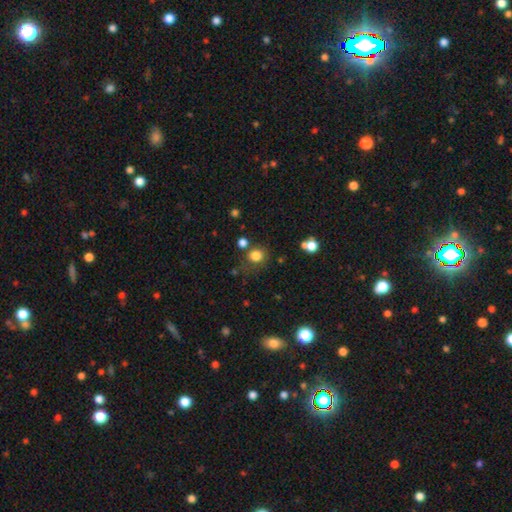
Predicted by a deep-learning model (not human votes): smooth_or_featured: smooth (p=0.81) [alt: star or artifact p=0.14]
how_rounded: round (p=0.81) [alt: in between p=0.18]
merging: none (p=0.72) [alt: minor disturbance p=0.13]